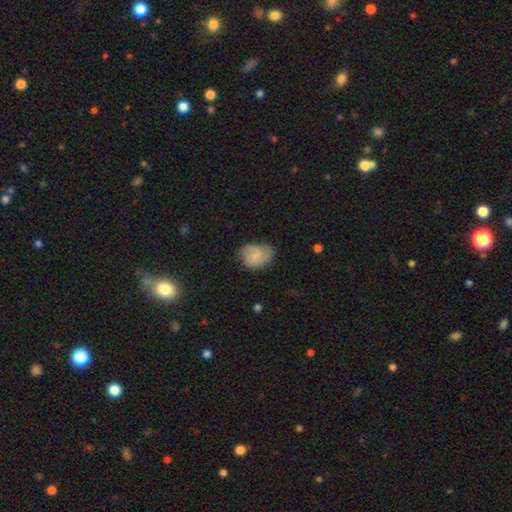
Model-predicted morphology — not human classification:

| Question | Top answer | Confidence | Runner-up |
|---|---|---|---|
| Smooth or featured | smooth | 58% | featured or disk (33%) |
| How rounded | in between | 62% | round (37%) |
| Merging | none | 61% | minor disturbance (29%) |